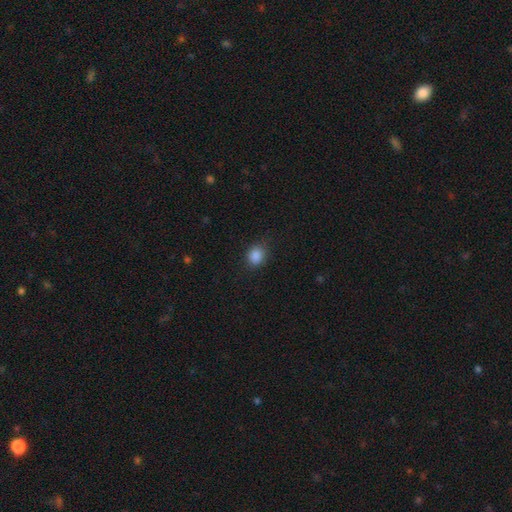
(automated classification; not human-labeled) This is clearly a smooth galaxy (87%). How rounded: possibly round (58%). Merging: clearly none (81%).